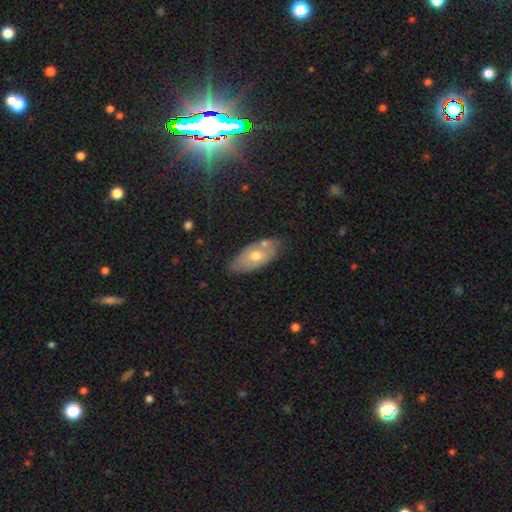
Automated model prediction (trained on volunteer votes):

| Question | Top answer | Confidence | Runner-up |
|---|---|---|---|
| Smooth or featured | smooth | 53% | featured or disk (39%) |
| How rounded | in between | 88% | cigar-shaped (8%) |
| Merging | none | 65% | minor disturbance (22%) |